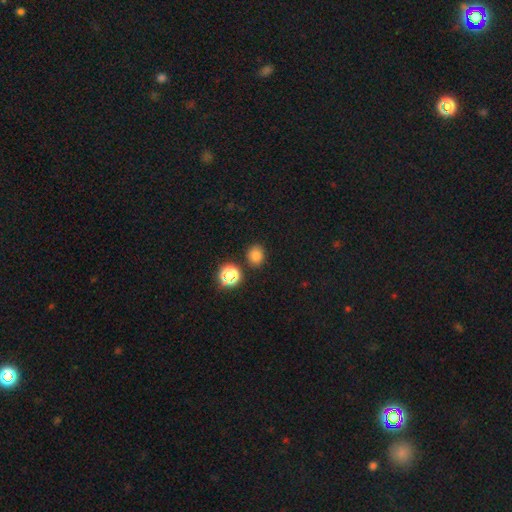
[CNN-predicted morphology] Q: Smooth or featured?
A: smooth (78%); runner-up: star or artifact (17%)
Q: How rounded?
A: round (74%); runner-up: in between (25%)
Q: Merging?
A: none (84%); runner-up: minor disturbance (9%)